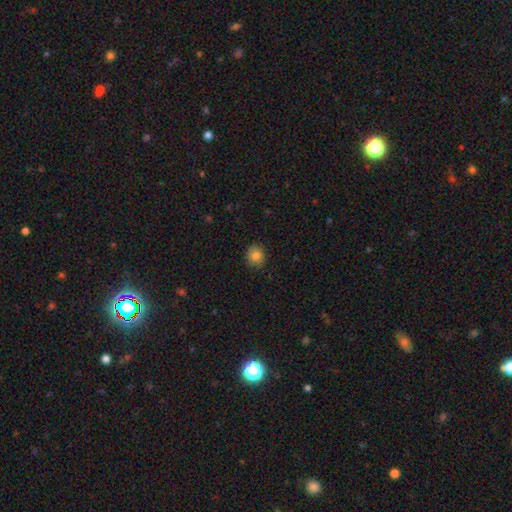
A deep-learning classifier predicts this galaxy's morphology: A smooth galaxy with no disk features (84%) that is round (84%). Merging: none (88%).